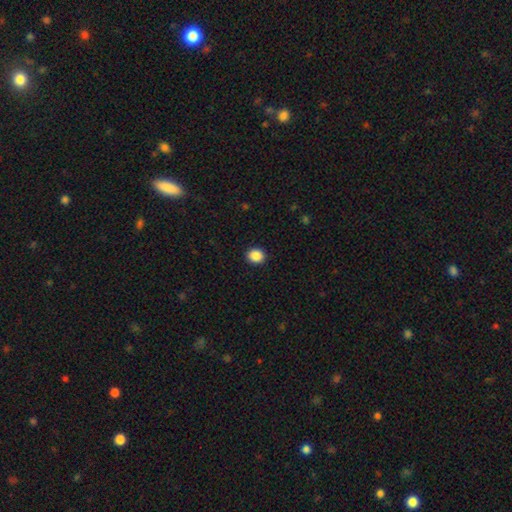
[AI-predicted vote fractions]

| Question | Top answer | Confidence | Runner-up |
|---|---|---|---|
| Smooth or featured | smooth | 88% | star or artifact (9%) |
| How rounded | round | 74% | in between (25%) |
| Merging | none | 92% | minor disturbance (5%) |